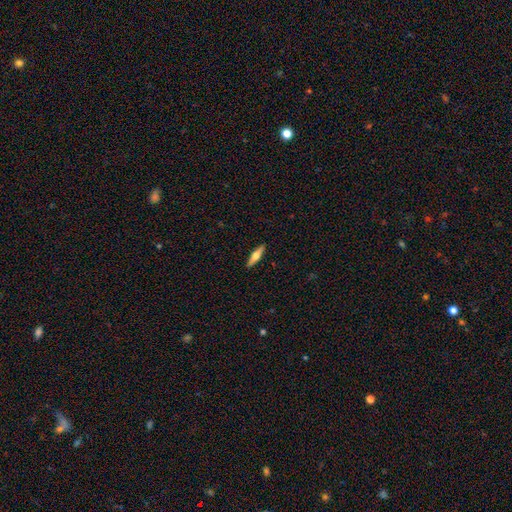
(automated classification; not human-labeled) Morphology: type=featured or disk (54%); edge-on=yes (95%); edge-on bulge=rounded (94%); merging=none (91%).